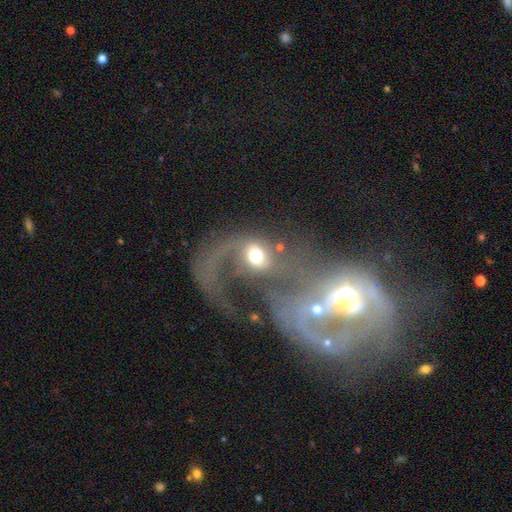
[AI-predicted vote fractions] Smooth or featured?
  - featured or disk: 73% *
  - smooth: 15%
  - star or artifact: 12%
Edge-on disk?
  - no: 96% *
  - yes: 4%
Bar?
  - no: 57% *
  - weak: 28%
  - strong: 14%
Spiral arms?
  - yes: 66% *
  - no: 34%
Bulge size?
  - moderate: 55% *
  - small: 26%
  - large: 11%
  - none: 5%
  - dominant: 3%
Merging?
  - merger: 69% *
  - major disturbance: 15%
  - none: 10%
  - minor disturbance: 6%